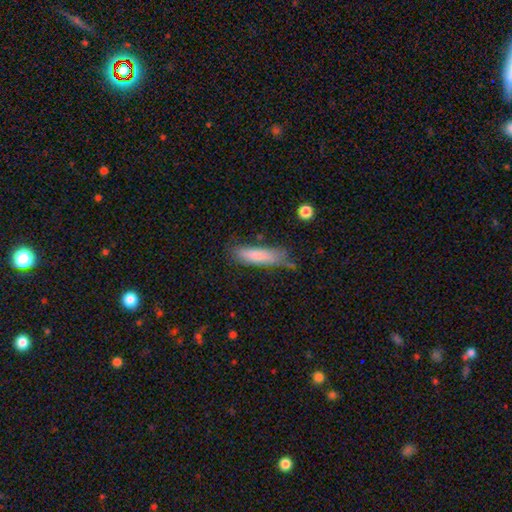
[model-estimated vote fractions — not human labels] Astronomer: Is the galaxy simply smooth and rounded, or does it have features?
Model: smooth — 66%.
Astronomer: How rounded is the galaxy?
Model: cigar-shaped — 79%.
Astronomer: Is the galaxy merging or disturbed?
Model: none — 68%.